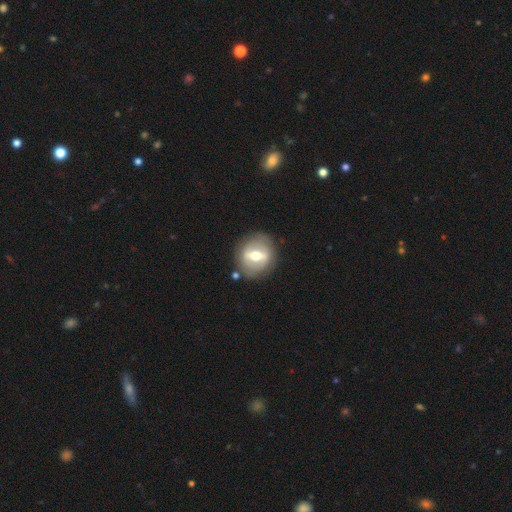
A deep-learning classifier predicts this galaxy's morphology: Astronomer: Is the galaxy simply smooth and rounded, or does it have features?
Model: featured or disk — 65%.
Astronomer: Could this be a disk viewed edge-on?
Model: no — 84%.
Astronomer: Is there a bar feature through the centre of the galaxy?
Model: strong — 61%.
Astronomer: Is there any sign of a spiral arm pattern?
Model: no — 72%.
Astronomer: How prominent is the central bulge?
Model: moderate — 71%.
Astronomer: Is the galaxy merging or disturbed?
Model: none — 81%.